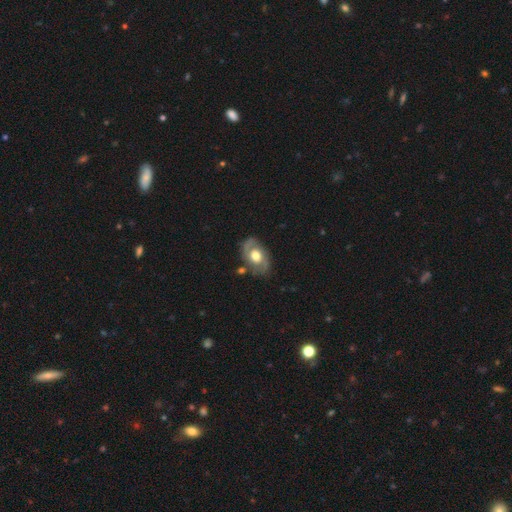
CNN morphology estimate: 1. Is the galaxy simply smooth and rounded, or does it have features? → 65% featured or disk, 29% smooth, 6% star or artifact.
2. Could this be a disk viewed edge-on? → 95% no, 5% yes.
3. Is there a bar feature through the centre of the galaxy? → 75% no, 20% weak, 5% strong.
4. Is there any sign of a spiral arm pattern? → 66% yes, 34% no.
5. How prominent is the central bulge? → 56% moderate, 38% large, 3% small, 2% dominant, 1% none.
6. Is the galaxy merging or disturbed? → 73% none, 18% minor disturbance, 6% major disturbance, 3% merger.